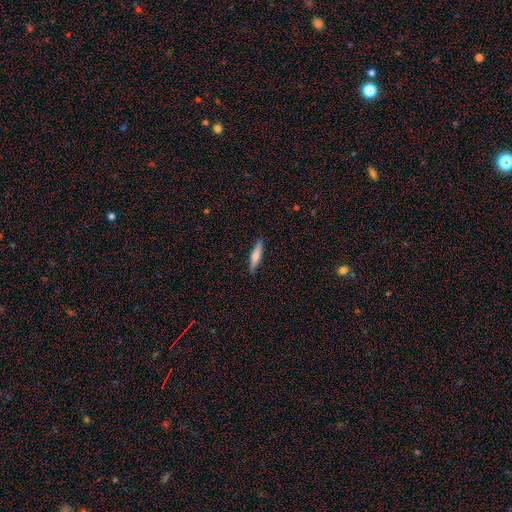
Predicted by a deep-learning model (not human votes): smooth 56%, featured or disk 38%, star or artifact 6%. Down the decision tree: how rounded — cigar-shaped (88%); merging — none (90%).